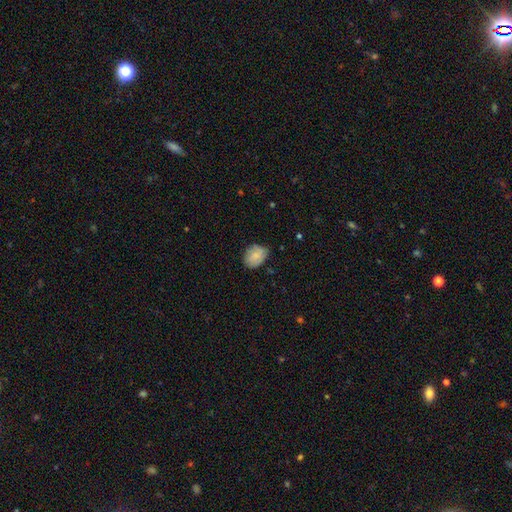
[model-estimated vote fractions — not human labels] A smooth galaxy with no disk features (79%) that is in between round and cigar-shaped (65%). Merging: none (68%).